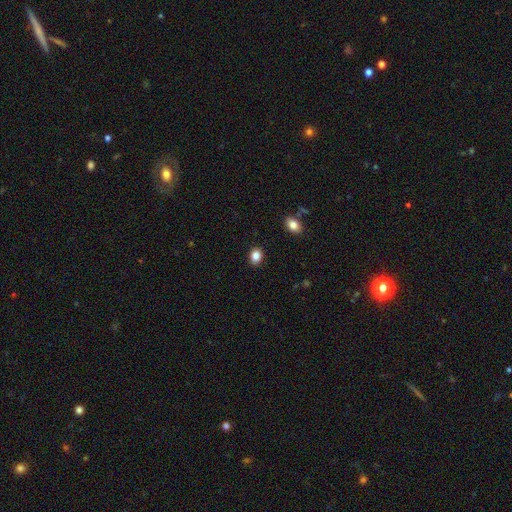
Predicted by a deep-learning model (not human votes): The model was most divided on "how rounded": in between: 58%, round: 41%, cigar-shaped: 1%. More confident: merging — none (89%); smooth or featured — smooth (85%).